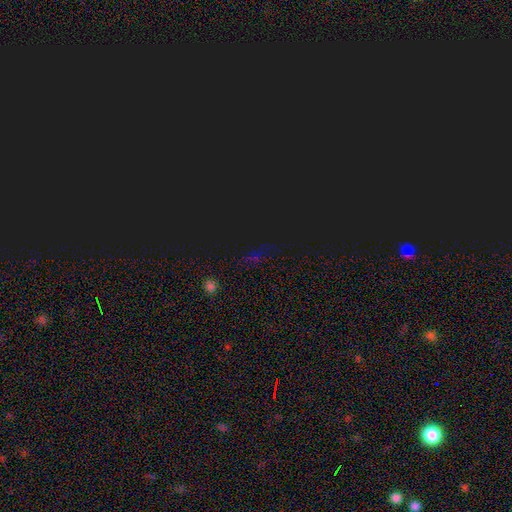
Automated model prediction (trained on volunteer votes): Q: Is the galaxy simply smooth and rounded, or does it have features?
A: star or artifact — 77%.